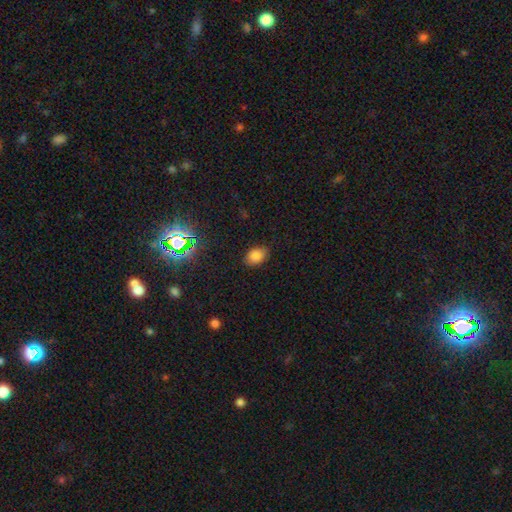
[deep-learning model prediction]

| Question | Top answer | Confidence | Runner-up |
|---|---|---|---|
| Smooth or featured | smooth | 81% | star or artifact (13%) |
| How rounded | in between | 78% | round (21%) |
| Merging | none | 83% | minor disturbance (13%) |